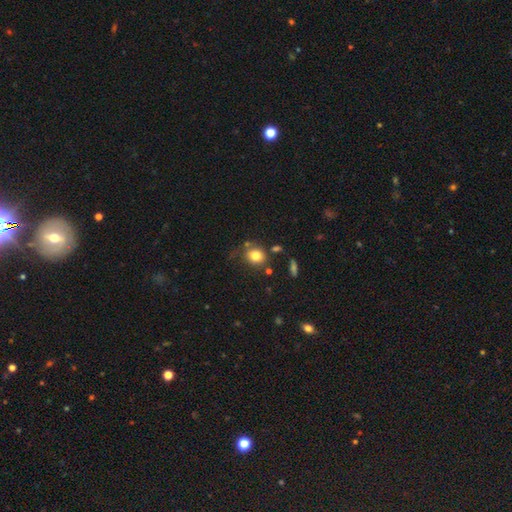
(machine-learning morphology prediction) This appears to be a smooth galaxy with no disk features (79%) that is round (76%). Merging: none (70%).